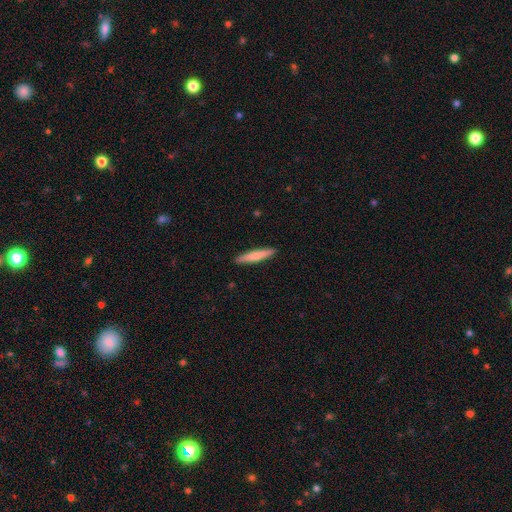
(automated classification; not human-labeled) A smooth galaxy with no disk features (69%) that is cigar-shaped (93%).

Vote fractions:
- Smooth or featured? smooth: 69% / featured or disk: 26% / star or artifact: 5%
- How rounded? cigar-shaped: 93% / in between: 6% / round: 1%
- Merging? none: 91% / minor disturbance: 7% / major disturbance: 1% / merger: 1%